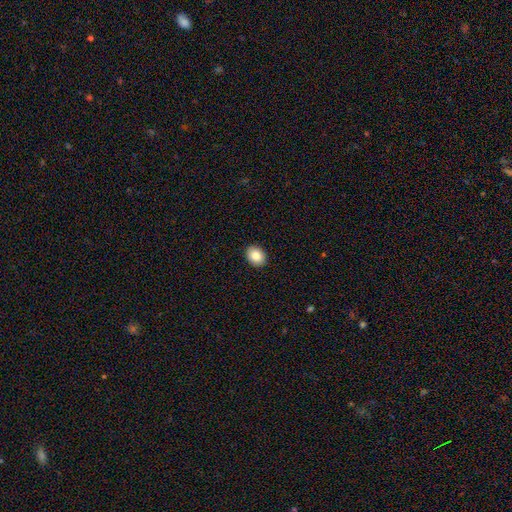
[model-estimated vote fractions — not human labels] Q: Smooth or featured?
A: smooth (85%); runner-up: star or artifact (8%)
Q: How rounded?
A: in between (56%); runner-up: round (43%)
Q: Merging?
A: none (92%); runner-up: minor disturbance (6%)